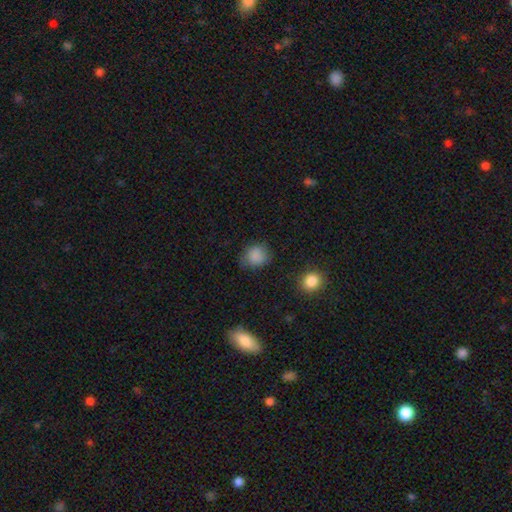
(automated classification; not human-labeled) Smooth or featured? smooth (85%)
How rounded? round (75%)
Merging? none (72%)